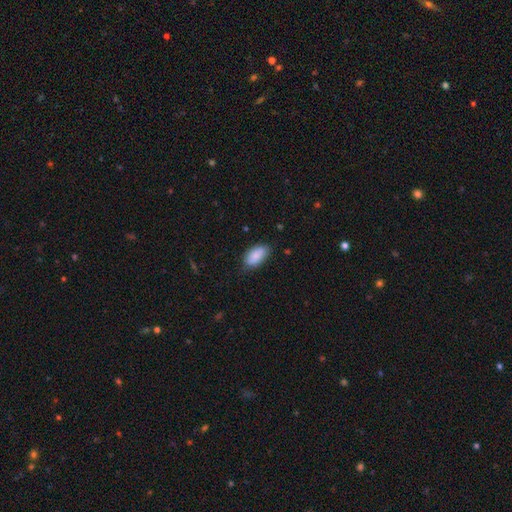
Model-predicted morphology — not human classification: This appears to be a smooth galaxy with no disk features (85%) that is in between round and cigar-shaped (93%). Merging: none (74%).